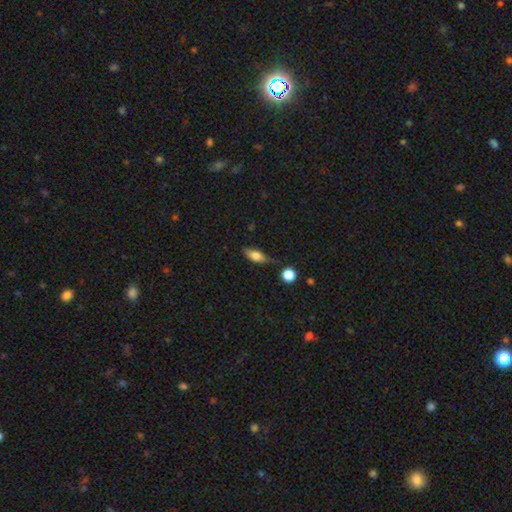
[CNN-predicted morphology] Overall: smooth (70%). How rounded: in between (74%). Merging: none (67%).